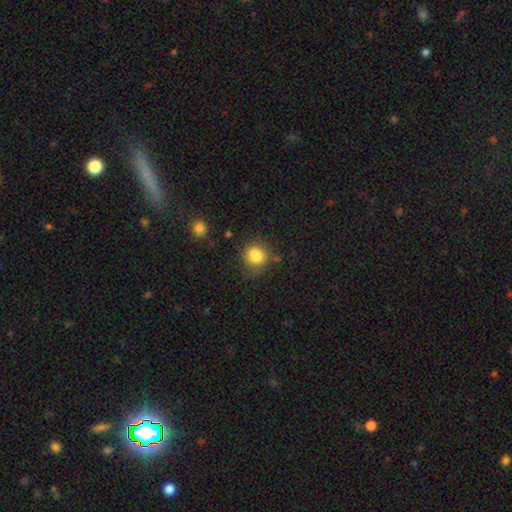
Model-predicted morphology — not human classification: A smooth galaxy with no disk features (82%) that is round (70%). Merging: none (64%).